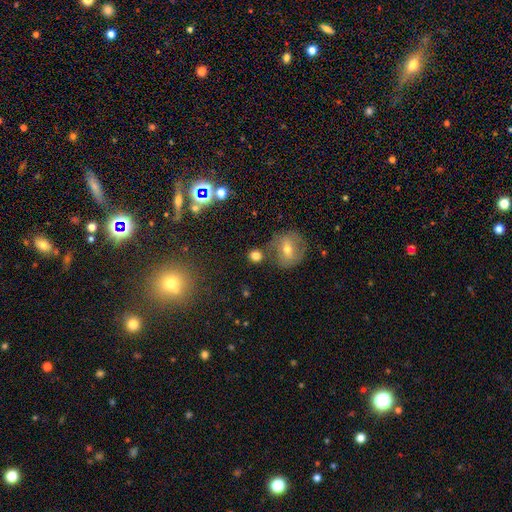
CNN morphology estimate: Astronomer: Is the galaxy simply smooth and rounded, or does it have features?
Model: smooth — 75%.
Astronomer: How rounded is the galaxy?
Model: round — 83%.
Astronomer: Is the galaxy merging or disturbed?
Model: none — 70%.